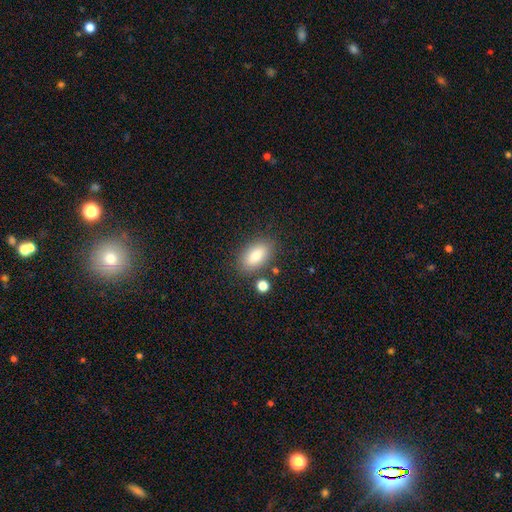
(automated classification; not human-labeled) Q: Smooth or featured?
A: smooth (83%); runner-up: featured or disk (9%)
Q: How rounded?
A: in between (91%); runner-up: round (5%)
Q: Merging?
A: none (79%); runner-up: minor disturbance (12%)